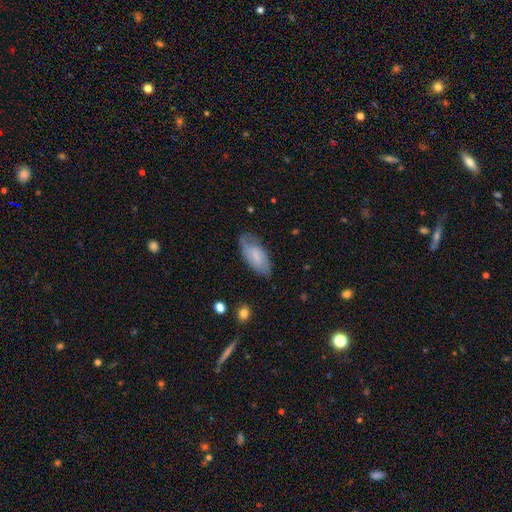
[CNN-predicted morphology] This is possibly a smooth galaxy (58%). How rounded: clearly in between (89%). Merging: likely none (69%).